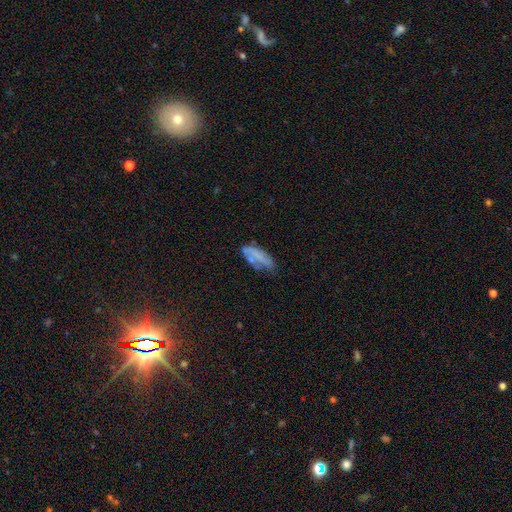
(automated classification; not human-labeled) This appears to be a smooth galaxy with no disk features (63%) that is in between round and cigar-shaped (71%). Merging: none (46%).